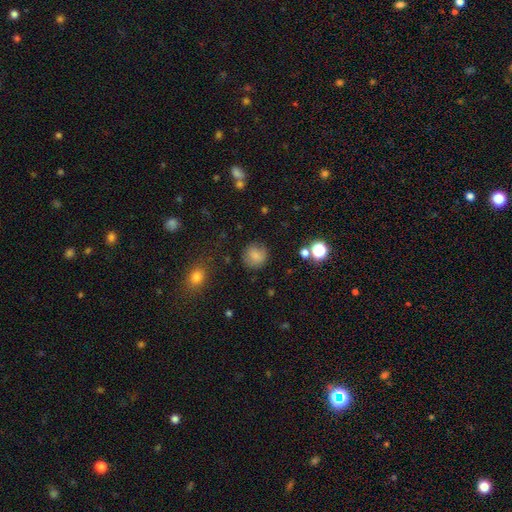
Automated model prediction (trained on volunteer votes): Smooth or featured? smooth (77%)
How rounded? round (86%)
Merging? none (78%)